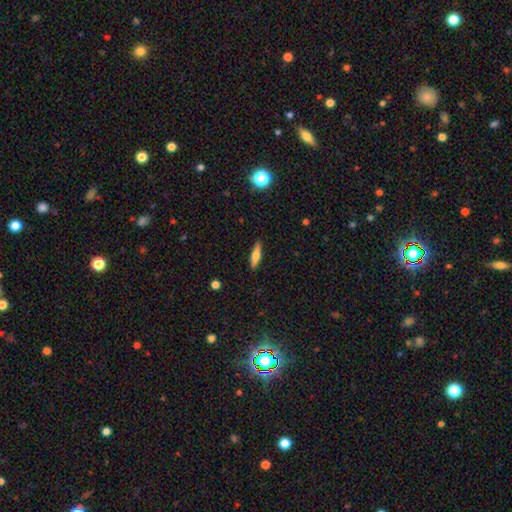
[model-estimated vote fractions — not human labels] smooth_or_featured: smooth (p=0.59) [alt: featured or disk p=0.33]
how_rounded: cigar-shaped (p=0.69) [alt: in between p=0.28]
merging: none (p=0.89) [alt: minor disturbance p=0.08]